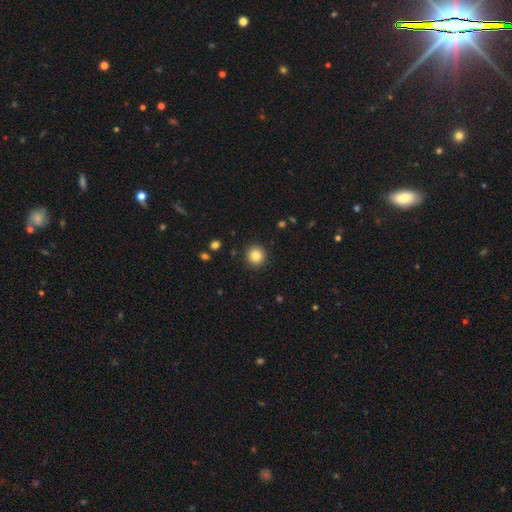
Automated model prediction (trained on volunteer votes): Smooth or featured?
  - smooth: 83% *
  - star or artifact: 11%
  - featured or disk: 6%
How rounded?
  - round: 94% *
  - in between: 5%
  - cigar-shaped: 1%
Merging?
  - none: 92% *
  - minor disturbance: 5%
  - major disturbance: 2%
  - merger: 1%